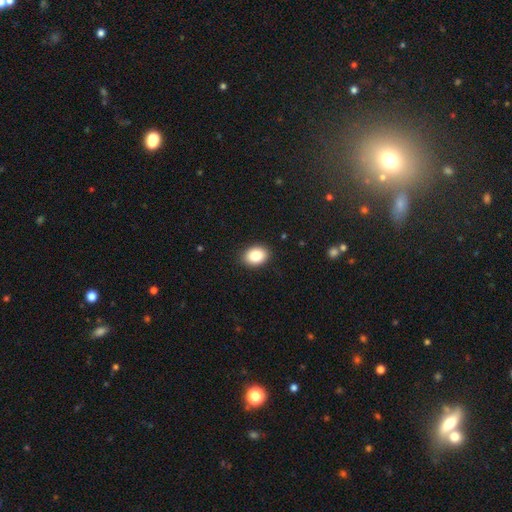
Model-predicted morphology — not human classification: smooth_or_featured: smooth (p=0.85) [alt: star or artifact p=0.08]
how_rounded: in between (p=0.69) [alt: round p=0.30]
merging: none (p=0.90) [alt: minor disturbance p=0.07]